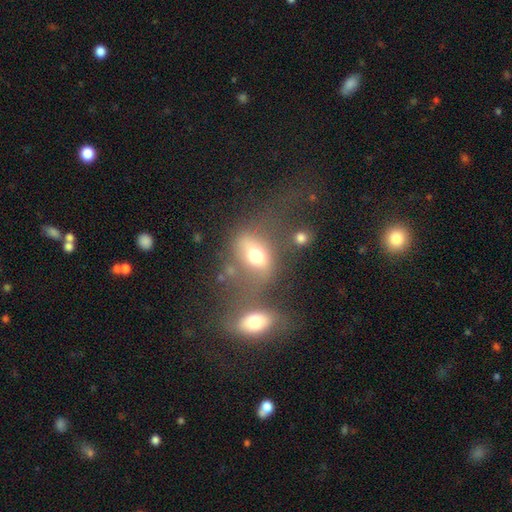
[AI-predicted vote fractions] Smooth or featured: smooth — 61% (featured or disk — 26%)
How rounded: in between — 70% (round — 26%)
Merging: none — 44% (merger — 25%)